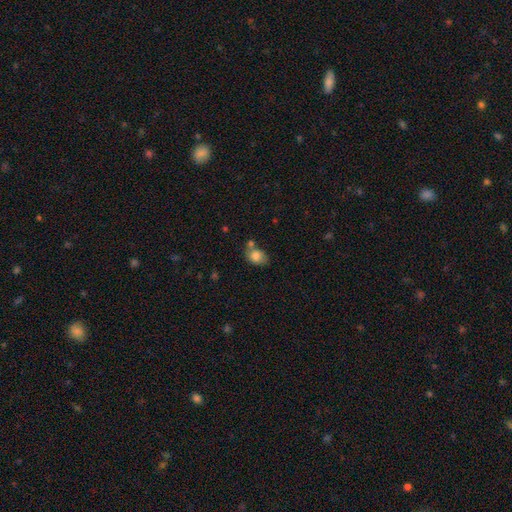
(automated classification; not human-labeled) Smooth or featured: smooth — 81% (featured or disk — 10%)
How rounded: in between — 66% (round — 33%)
Merging: none — 48% (merger — 27%)